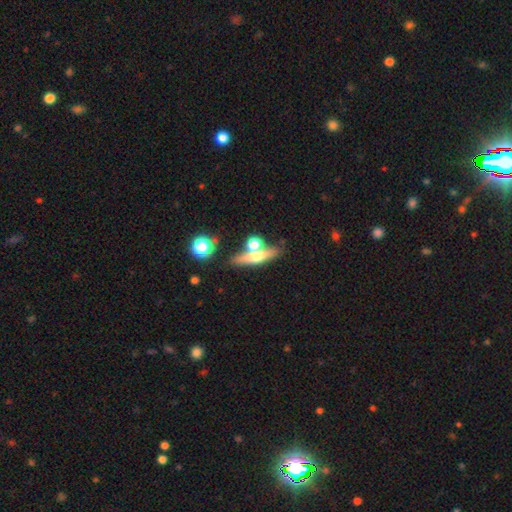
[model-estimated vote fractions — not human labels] Overall: featured or disk (46%; smooth 45%). Merging: none (64%).